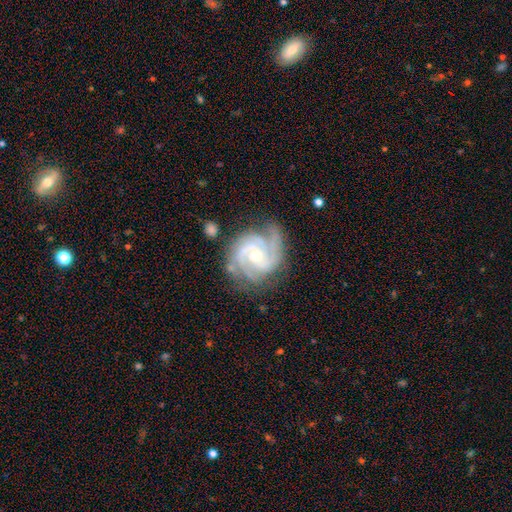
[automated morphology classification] Overall: featured or disk (91%). Edge-on disk: no (98%). Bar: no (63%; weak 29%). Spiral arms: yes (98%). Spiral arm count: 3 (46%; 2 27%). Spiral winding: tight (58%; medium 37%). Bulge size: small (55%; moderate 42%). Merging: none (72%).